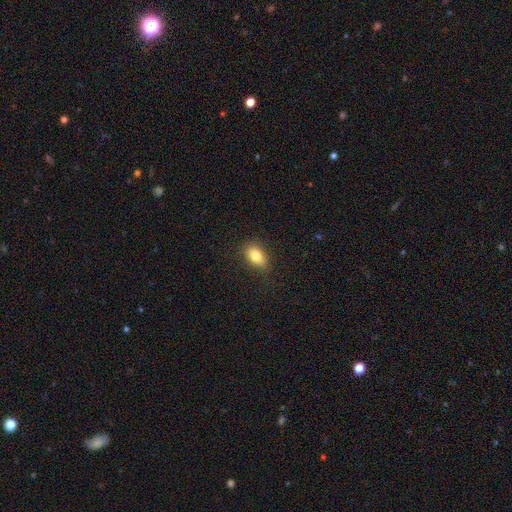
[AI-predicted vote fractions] Q: Smooth or featured?
A: smooth (82%); runner-up: featured or disk (9%)
Q: How rounded?
A: in between (83%); runner-up: round (15%)
Q: Merging?
A: none (82%); runner-up: minor disturbance (13%)